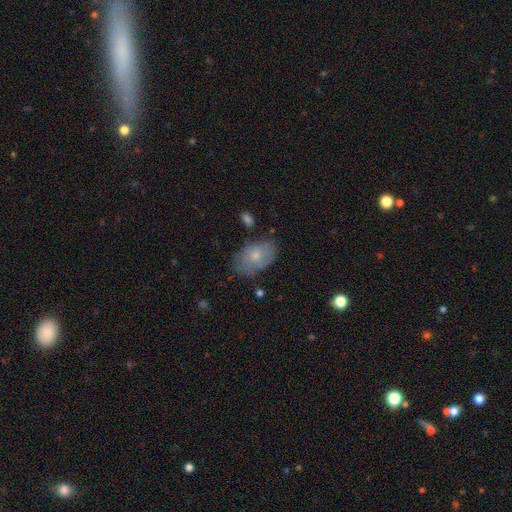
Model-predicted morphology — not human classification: Smooth or featured: smooth — 65% (featured or disk — 28%)
How rounded: in between — 88% (round — 11%)
Merging: none — 65% (minor disturbance — 25%)